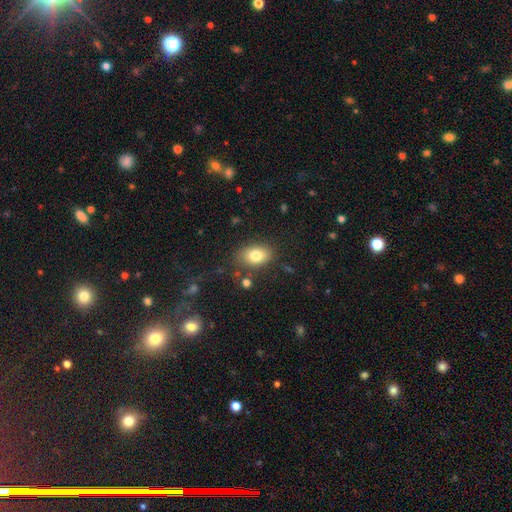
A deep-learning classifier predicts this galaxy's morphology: Q: Smooth or featured?
A: smooth (79%); runner-up: featured or disk (12%)
Q: How rounded?
A: in between (83%); runner-up: round (16%)
Q: Merging?
A: none (79%); runner-up: minor disturbance (14%)